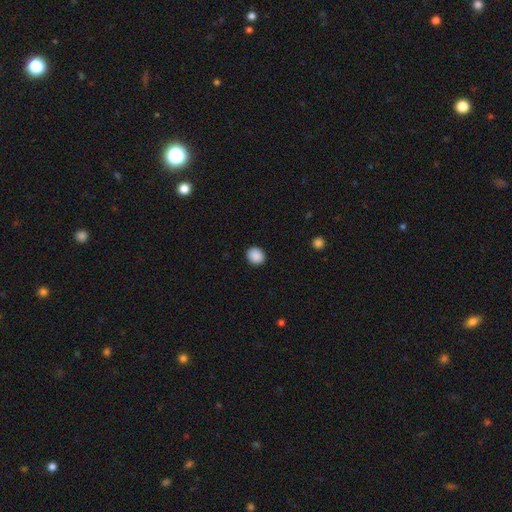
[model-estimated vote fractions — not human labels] smooth_or_featured: smooth (p=0.89) [alt: star or artifact p=0.08]
how_rounded: round (p=0.70) [alt: in between p=0.29]
merging: none (p=0.91) [alt: minor disturbance p=0.06]